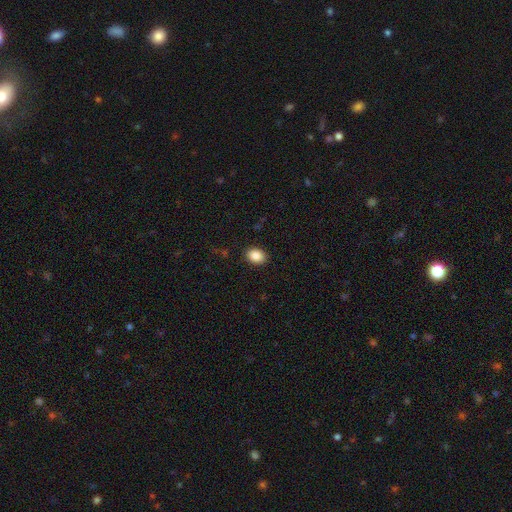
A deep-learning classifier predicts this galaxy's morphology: A smooth galaxy with no disk features (88%) that is in between round and cigar-shaped (69%).

Vote fractions:
- Smooth or featured? smooth: 88% / star or artifact: 8% / featured or disk: 4%
- How rounded? in between: 69% / round: 30% / cigar-shaped: 1%
- Merging? none: 89% / minor disturbance: 7% / major disturbance: 2% / merger: 1%